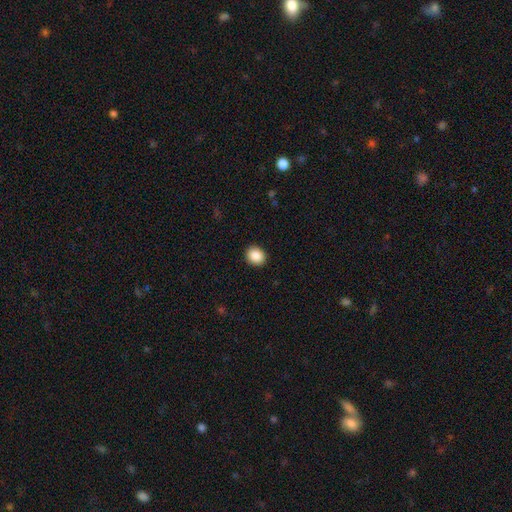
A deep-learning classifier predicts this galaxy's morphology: Smooth or featured?
  - smooth: 89% *
  - star or artifact: 8%
  - featured or disk: 3%
How rounded?
  - round: 71% *
  - in between: 28%
  - cigar-shaped: 1%
Merging?
  - none: 92% *
  - minor disturbance: 5%
  - major disturbance: 2%
  - merger: 1%